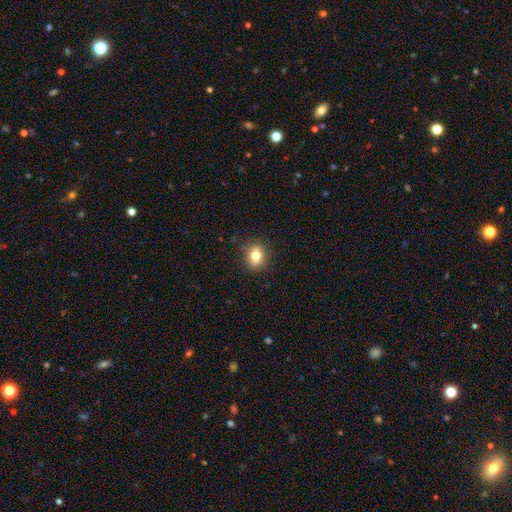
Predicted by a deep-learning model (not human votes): smooth-or-featured: smooth: 79% | star or artifact: 10% | featured or disk: 10%
  how-rounded: in between: 52% | round: 47% | cigar-shaped: 2%
  merging: none: 86% | minor disturbance: 10% | major disturbance: 3% | merger: 1%